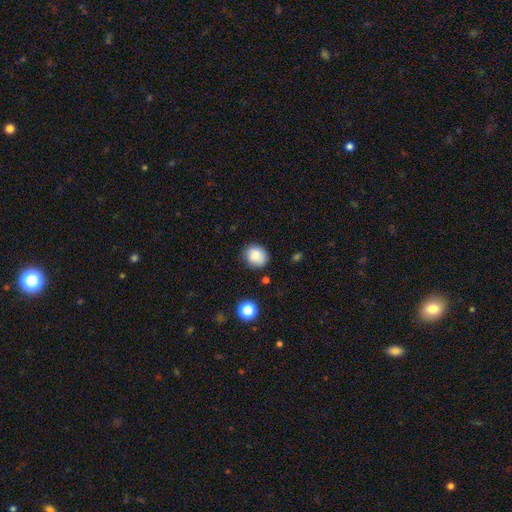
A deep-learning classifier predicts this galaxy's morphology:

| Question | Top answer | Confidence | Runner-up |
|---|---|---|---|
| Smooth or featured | smooth | 85% | star or artifact (9%) |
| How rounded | round | 72% | in between (27%) |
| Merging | none | 78% | minor disturbance (16%) |